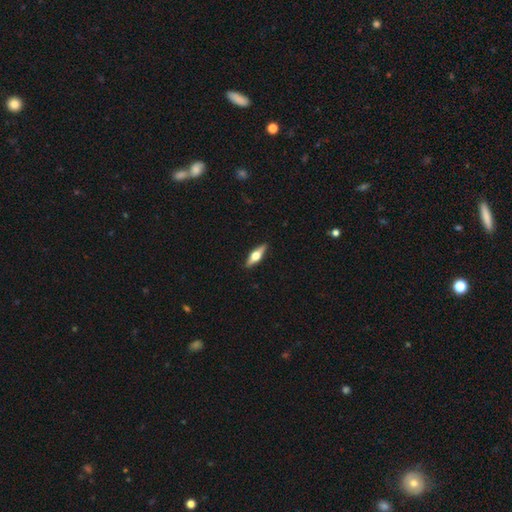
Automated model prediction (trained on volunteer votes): A featured or disk galaxy (57%) viewed edge-on (94%) with a rounded central bulge (95%).

Vote fractions:
- Smooth or featured? featured or disk: 57% / smooth: 37% / star or artifact: 6%
- Edge-on disk? yes: 94% / no: 6%
- Edge-on bulge? rounded: 95% / boxy: 4% / none: 1%
- Merging? none: 90% / minor disturbance: 8% / major disturbance: 2% / merger: 1%